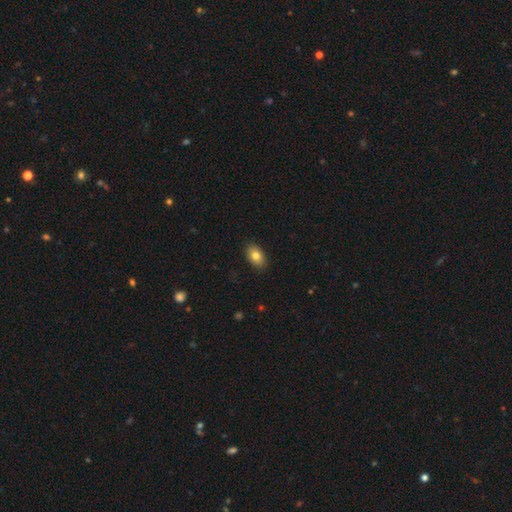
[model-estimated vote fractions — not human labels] This is clearly a smooth galaxy (80%). How rounded: clearly in between (90%). Merging: clearly none (89%).